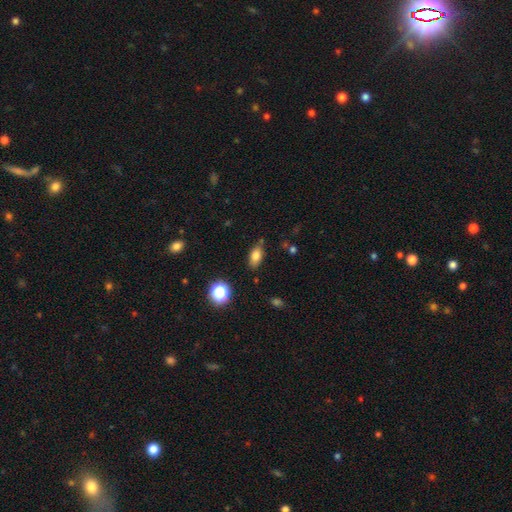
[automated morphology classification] This appears to be a smooth galaxy with no disk features (78%) that is in between round and cigar-shaped (85%). Merging: none (80%).